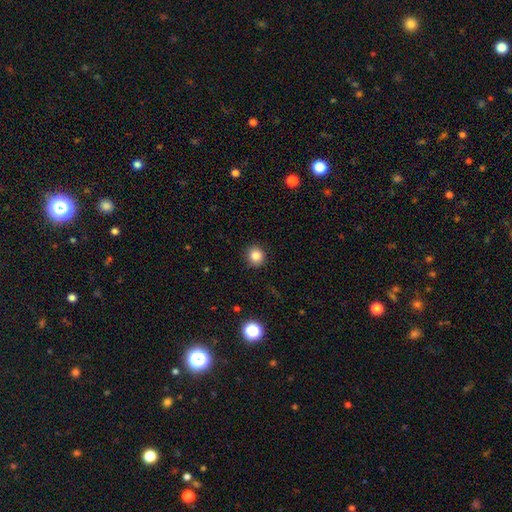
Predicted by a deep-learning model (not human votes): Morphology: type=smooth (84%); roundness=round (91%); merging=none (90%).